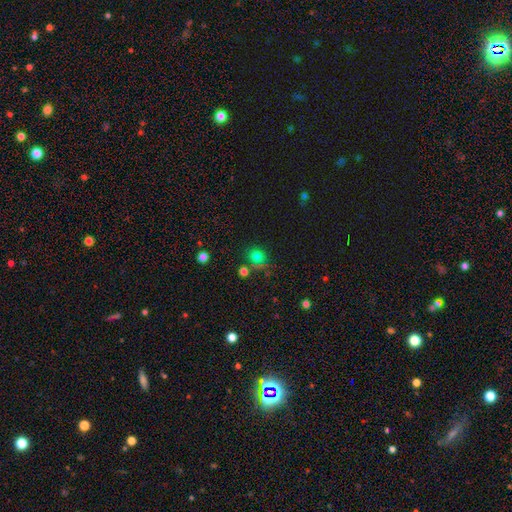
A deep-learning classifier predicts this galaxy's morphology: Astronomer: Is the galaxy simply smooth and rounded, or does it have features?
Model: smooth — 70%.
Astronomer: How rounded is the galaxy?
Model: round — 76%.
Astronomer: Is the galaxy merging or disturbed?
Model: none — 64%.